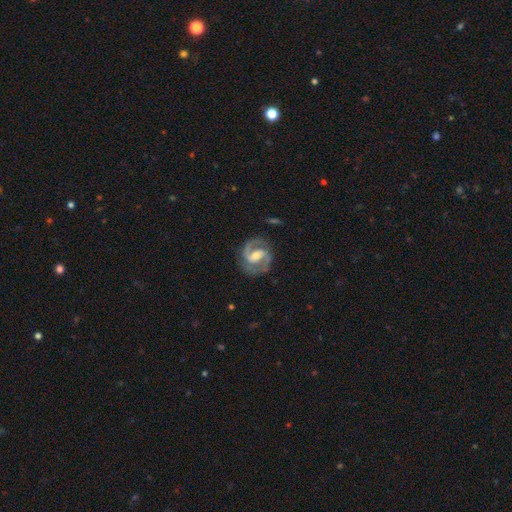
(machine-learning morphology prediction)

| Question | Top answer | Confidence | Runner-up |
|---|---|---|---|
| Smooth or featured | featured or disk | 91% | smooth (5%) |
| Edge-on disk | no | 98% | yes (2%) |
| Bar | weak | 47% | strong (32%) |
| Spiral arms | yes | 97% | no (3%) |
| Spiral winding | medium | 58% | tight (31%) |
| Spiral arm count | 2 | 93% | can't tell (2%) |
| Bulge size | moderate | 62% | small (29%) |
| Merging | none | 82% | minor disturbance (12%) |